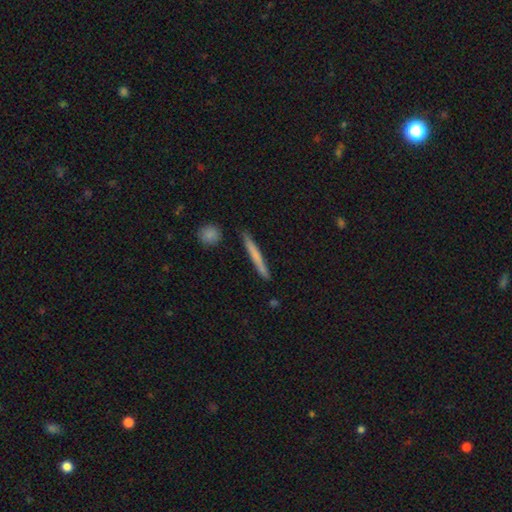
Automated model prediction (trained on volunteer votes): This is likely a smooth galaxy (63%). How rounded: clearly cigar-shaped (96%). Merging: clearly none (89%).